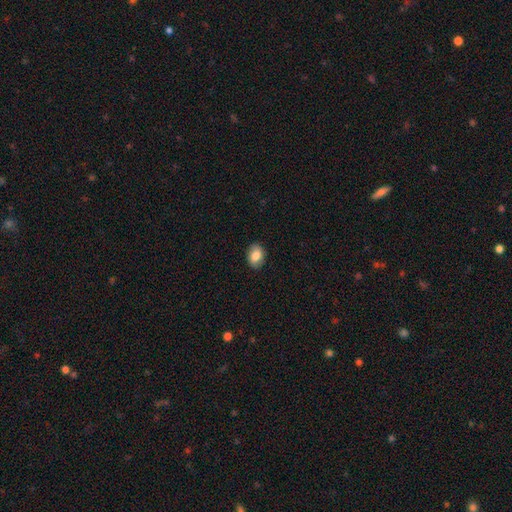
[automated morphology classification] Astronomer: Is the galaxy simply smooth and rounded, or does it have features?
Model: smooth — 82%.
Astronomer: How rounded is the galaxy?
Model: in between — 78%.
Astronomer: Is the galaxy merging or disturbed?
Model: none — 87%.